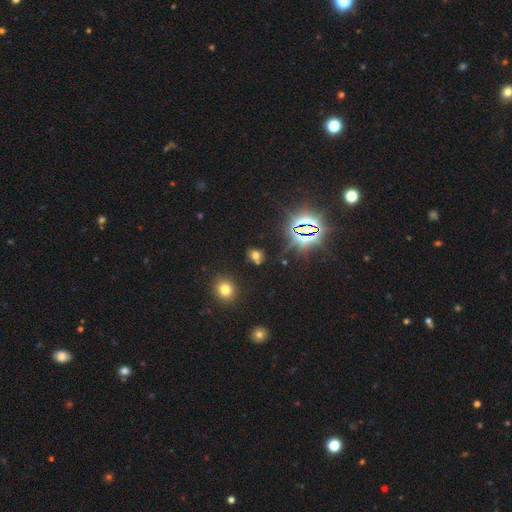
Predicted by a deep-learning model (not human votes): Smooth or featured? Predicted: smooth (p=0.52). How rounded? Predicted: round (p=0.51). Merging? Predicted: none (p=0.69).